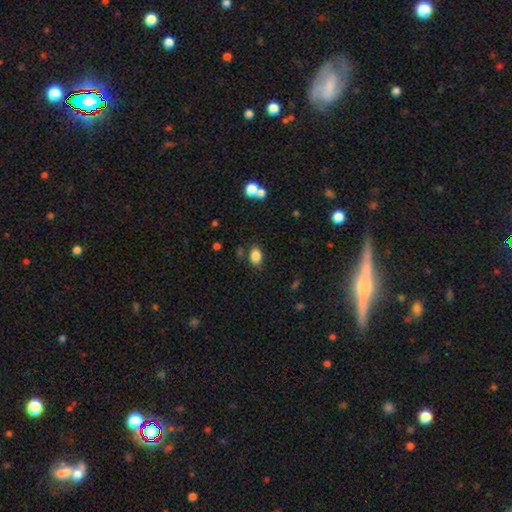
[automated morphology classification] Q: Smooth or featured?
A: smooth (85%); runner-up: star or artifact (10%)
Q: How rounded?
A: in between (85%); runner-up: round (14%)
Q: Merging?
A: none (81%); runner-up: minor disturbance (11%)